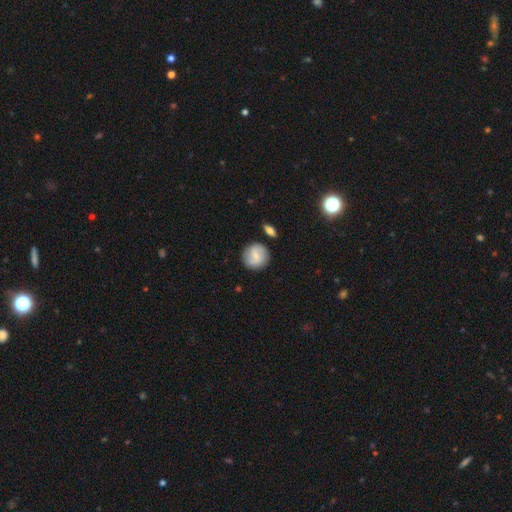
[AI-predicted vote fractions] Q: Smooth or featured?
A: smooth (58%); runner-up: featured or disk (35%)
Q: How rounded?
A: round (90%); runner-up: in between (9%)
Q: Merging?
A: none (83%); runner-up: minor disturbance (10%)